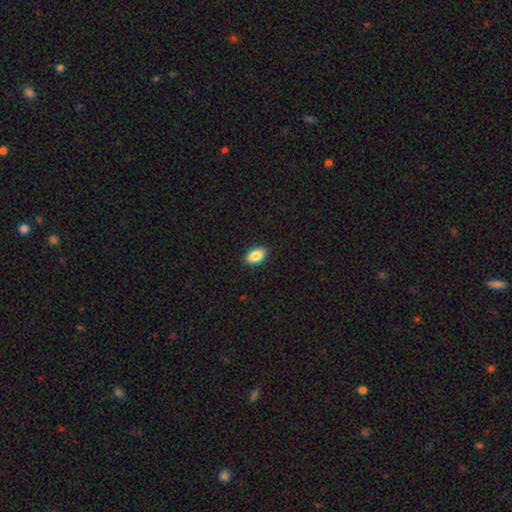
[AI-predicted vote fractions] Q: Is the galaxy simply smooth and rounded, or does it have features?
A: smooth — 87%.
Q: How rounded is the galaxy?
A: in between — 92%.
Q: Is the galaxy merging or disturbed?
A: none — 89%.